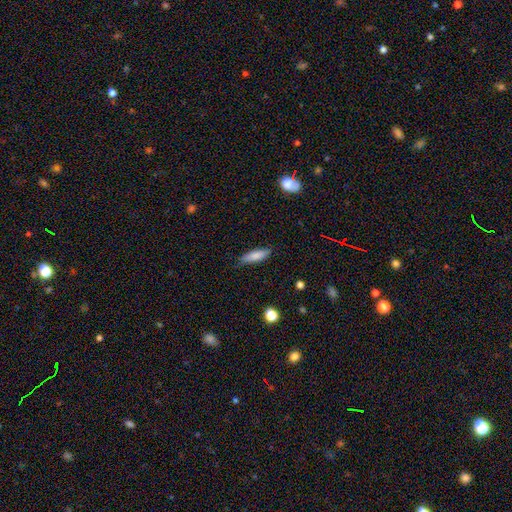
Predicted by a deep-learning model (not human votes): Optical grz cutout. It shows a smooth galaxy with no disk features (81%) that is cigar-shaped (61%). Merging: none (84%).